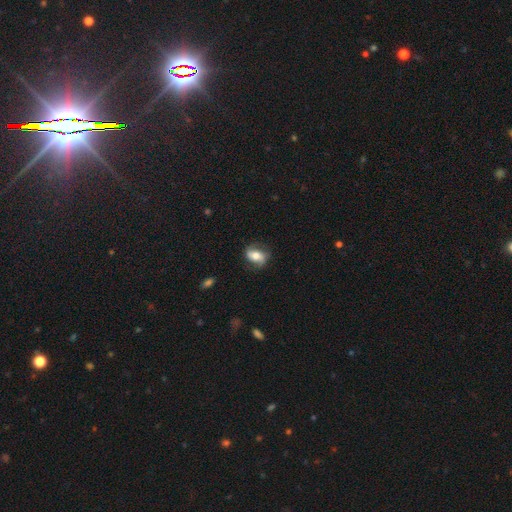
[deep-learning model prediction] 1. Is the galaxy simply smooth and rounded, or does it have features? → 49% featured or disk, 43% smooth, 8% star or artifact.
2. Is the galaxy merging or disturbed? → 73% none, 18% minor disturbance, 8% major disturbance, 1% merger.